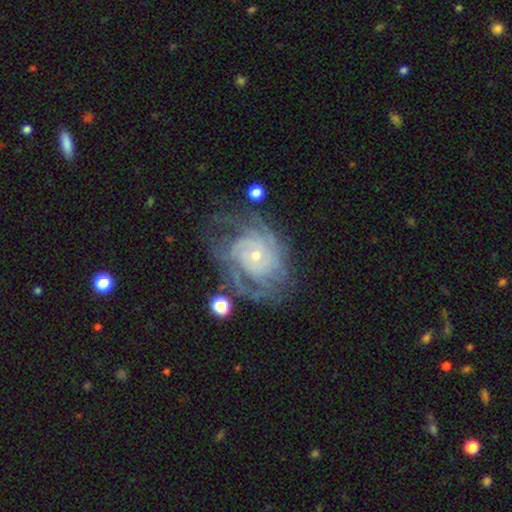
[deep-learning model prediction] Q: Smooth or featured?
A: featured or disk (83%); runner-up: smooth (10%)
Q: Edge-on disk?
A: no (97%); runner-up: yes (3%)
Q: Bar?
A: no (79%); runner-up: weak (17%)
Q: Spiral arms?
A: yes (92%); runner-up: no (8%)
Q: Spiral winding?
A: tight (63%); runner-up: medium (28%)
Q: Spiral arm count?
A: can't tell (38%); runner-up: 4 (17%)
Q: Bulge size?
A: small (74%); runner-up: moderate (22%)
Q: Merging?
A: none (56%); runner-up: minor disturbance (20%)